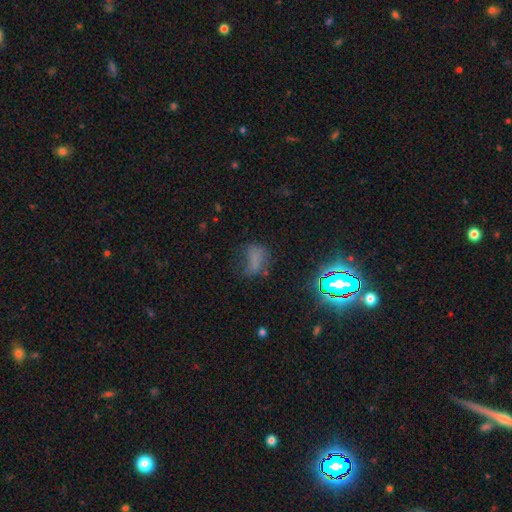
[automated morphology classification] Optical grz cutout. It shows a smooth galaxy with no disk features (51%) that is in between round and cigar-shaped (70%). Merging: none (44%).